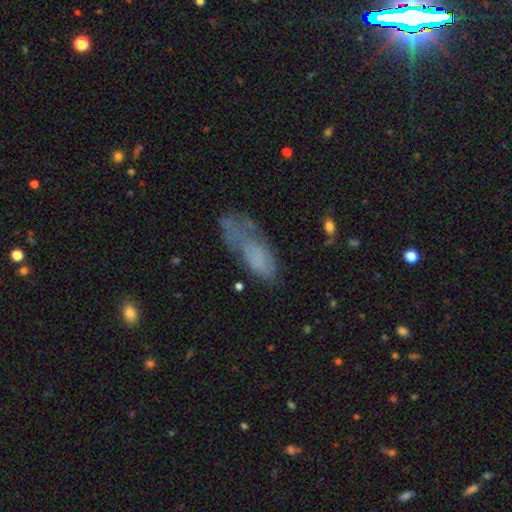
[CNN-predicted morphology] This appears to be a smooth galaxy with no disk features (61%) that is in between round and cigar-shaped (68%). Merging: major disturbance (34%).